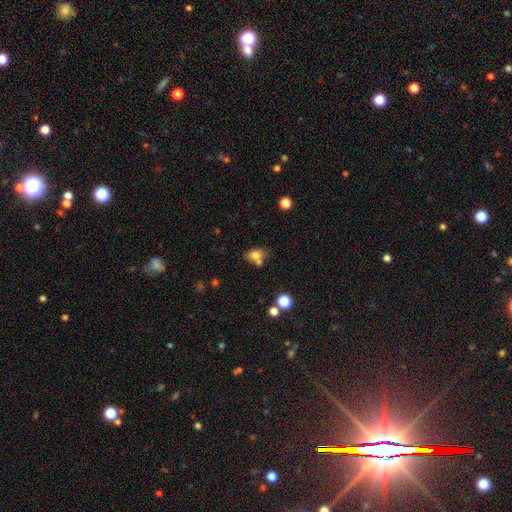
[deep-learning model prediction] A smooth galaxy with no disk features (76%) that is in between round and cigar-shaped (66%). Merging: none (53%).